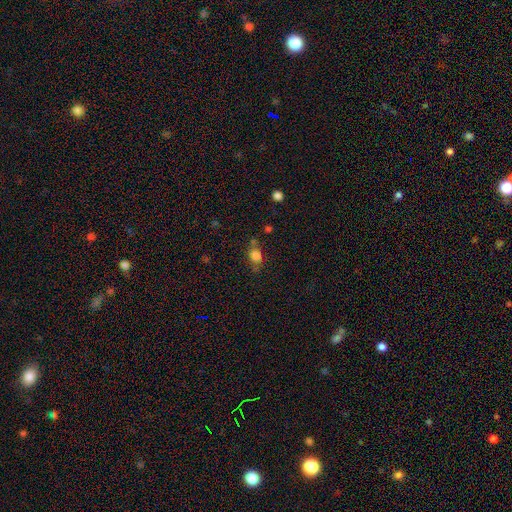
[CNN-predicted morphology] A smooth galaxy with no disk features (80%) that is in between round and cigar-shaped (49%, tied with round). Merging: none (61%).